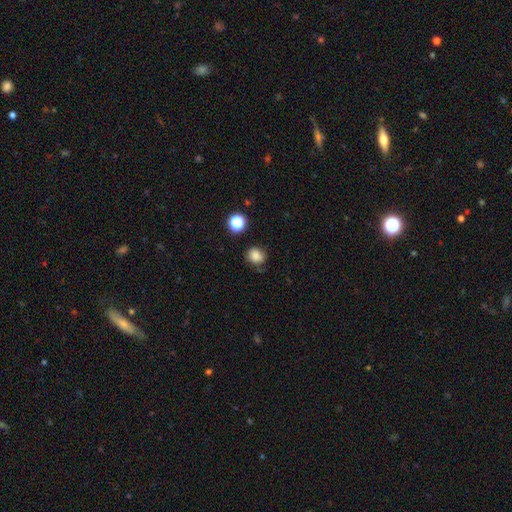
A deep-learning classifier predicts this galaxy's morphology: Smooth or featured: smooth — 79% (star or artifact — 13%)
How rounded: round — 76% (in between — 23%)
Merging: none — 69% (minor disturbance — 22%)